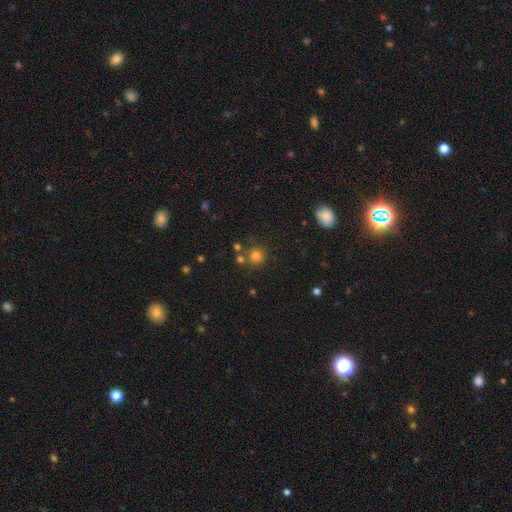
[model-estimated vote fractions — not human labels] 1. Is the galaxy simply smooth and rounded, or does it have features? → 76% smooth, 17% star or artifact, 7% featured or disk.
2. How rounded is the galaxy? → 91% round, 8% in between, 1% cigar-shaped.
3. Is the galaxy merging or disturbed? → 73% none, 14% merger, 9% minor disturbance, 3% major disturbance.